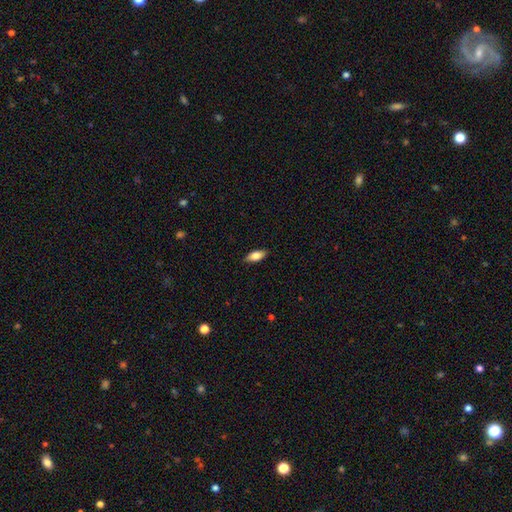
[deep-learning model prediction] Smooth or featured?
  - smooth: 78% *
  - featured or disk: 15%
  - star or artifact: 6%
How rounded?
  - in between: 84% *
  - cigar-shaped: 13%
  - round: 3%
Merging?
  - none: 88% *
  - minor disturbance: 9%
  - major disturbance: 2%
  - merger: 1%